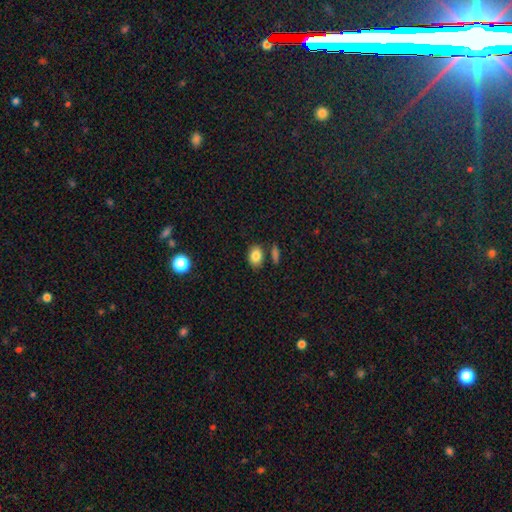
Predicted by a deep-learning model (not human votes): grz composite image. It shows a smooth galaxy with no disk features (85%) that is in between round and cigar-shaped (77%). Merging: none (75%).